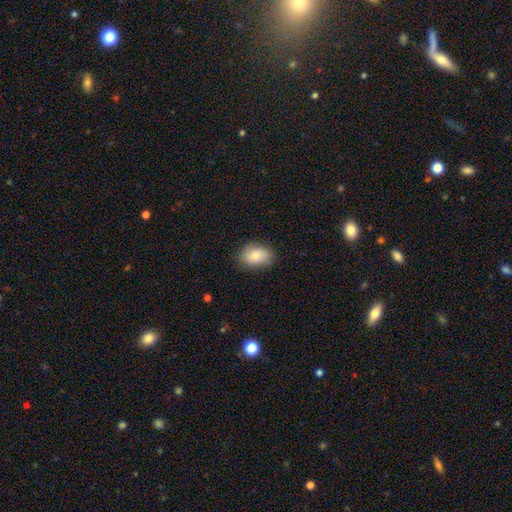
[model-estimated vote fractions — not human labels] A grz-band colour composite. It shows a smooth galaxy with no disk features (83%) that is in between round and cigar-shaped (82%). Merging: none (82%).